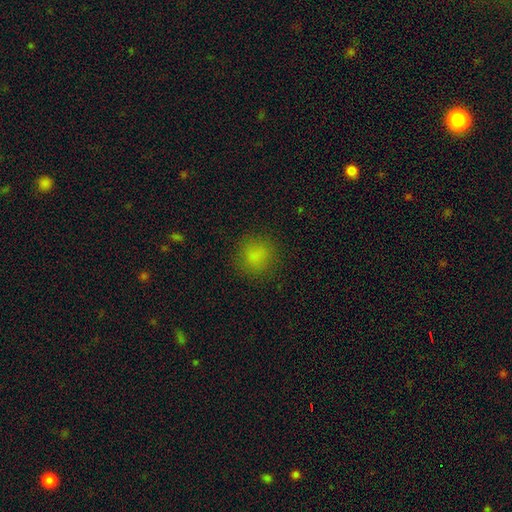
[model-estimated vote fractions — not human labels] A smooth galaxy with no disk features (81%) that is round (87%).

Vote fractions:
- Smooth or featured? smooth: 81% / star or artifact: 13% / featured or disk: 5%
- How rounded? round: 87% / in between: 12% / cigar-shaped: 1%
- Merging? none: 85% / minor disturbance: 10% / major disturbance: 4% / merger: 1%